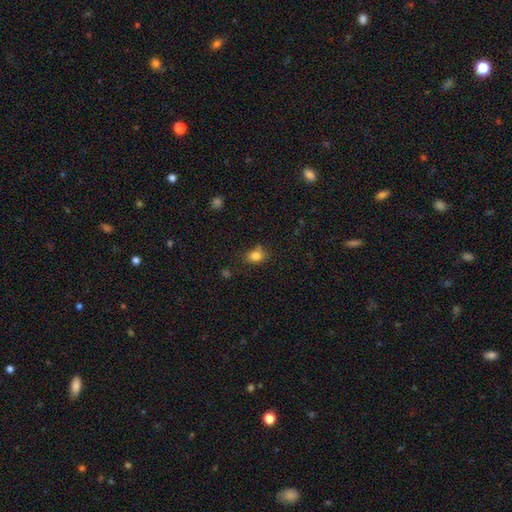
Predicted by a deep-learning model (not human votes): A smooth galaxy with no disk features (82%) that is in between round and cigar-shaped (56%). Merging: none (64%).